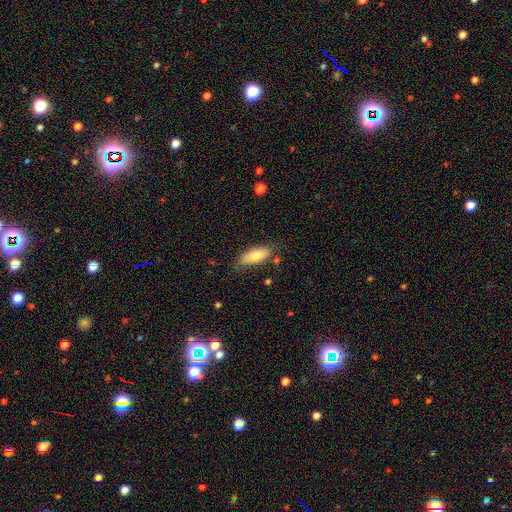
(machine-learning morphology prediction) A smooth galaxy with no disk features (73%) that is in between round and cigar-shaped (74%). Merging: none (74%).